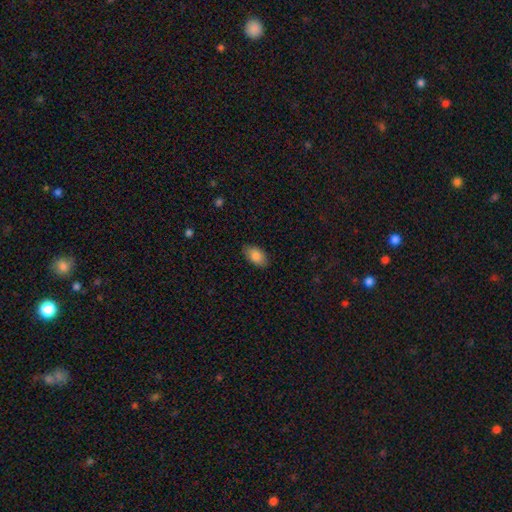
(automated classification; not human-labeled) Smooth or featured?
  - smooth: 86% *
  - featured or disk: 7%
  - star or artifact: 7%
How rounded?
  - in between: 93% *
  - round: 5%
  - cigar-shaped: 2%
Merging?
  - none: 85% *
  - minor disturbance: 11%
  - major disturbance: 2%
  - merger: 1%